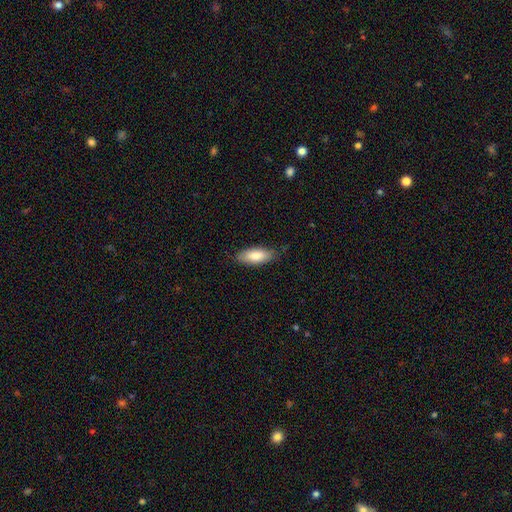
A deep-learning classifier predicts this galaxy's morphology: Smooth or featured? smooth (82%)
How rounded? in between (80%)
Merging? none (78%)